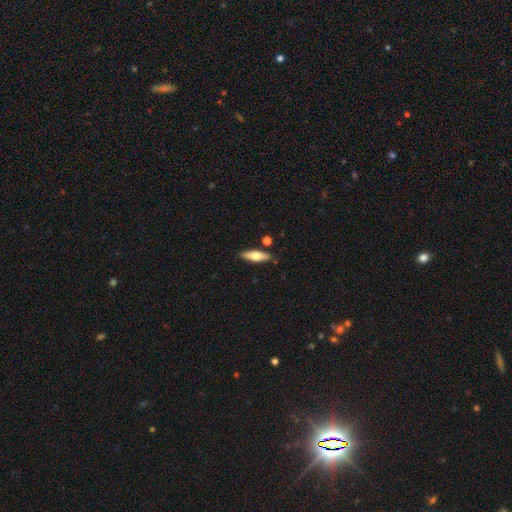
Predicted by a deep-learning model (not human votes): Morphology: type=smooth (60%); roundness=cigar-shaped (56%); merging=none (84%).